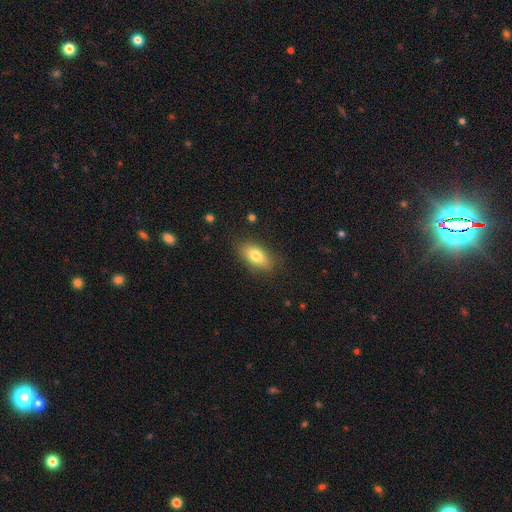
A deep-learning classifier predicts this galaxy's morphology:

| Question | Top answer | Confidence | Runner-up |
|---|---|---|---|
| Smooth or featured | smooth | 78% | featured or disk (14%) |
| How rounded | in between | 86% | cigar-shaped (8%) |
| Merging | none | 81% | minor disturbance (14%) |